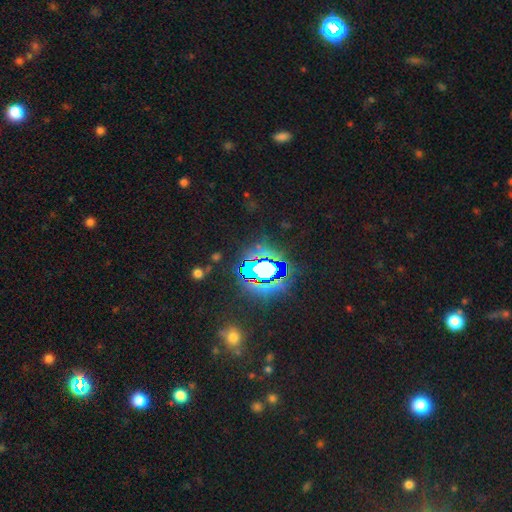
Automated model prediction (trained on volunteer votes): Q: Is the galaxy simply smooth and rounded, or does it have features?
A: star or artifact — 82%.